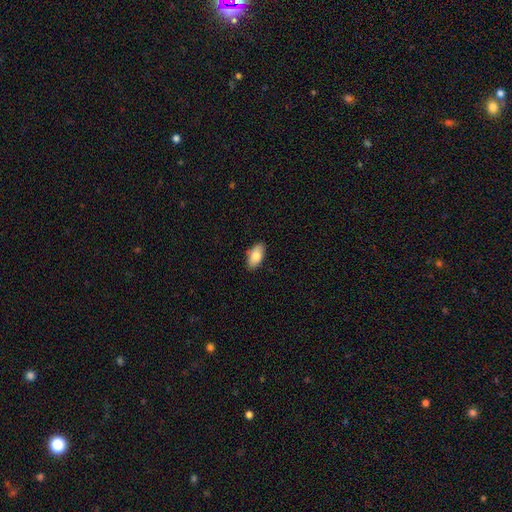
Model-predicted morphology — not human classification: This appears to be a smooth galaxy with no disk features (83%) that is in between round and cigar-shaped (92%). Merging: none (87%).